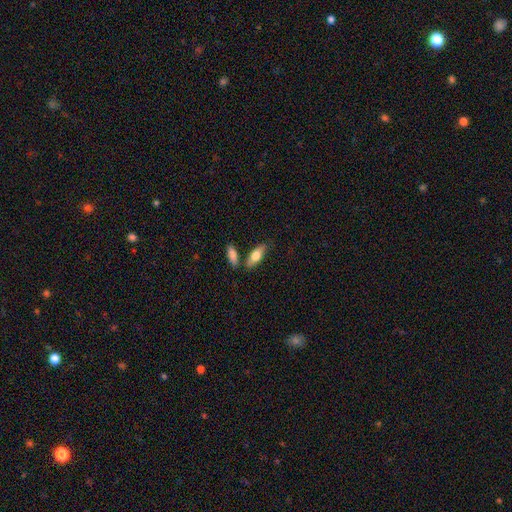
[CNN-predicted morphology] Overall: smooth (71%). How rounded: in between (69%). Merging: none (71%).